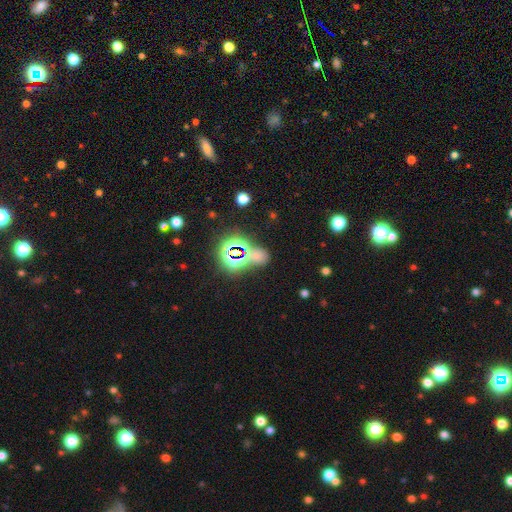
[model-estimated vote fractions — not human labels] Smooth or featured: star or artifact — 57% (smooth — 35%)